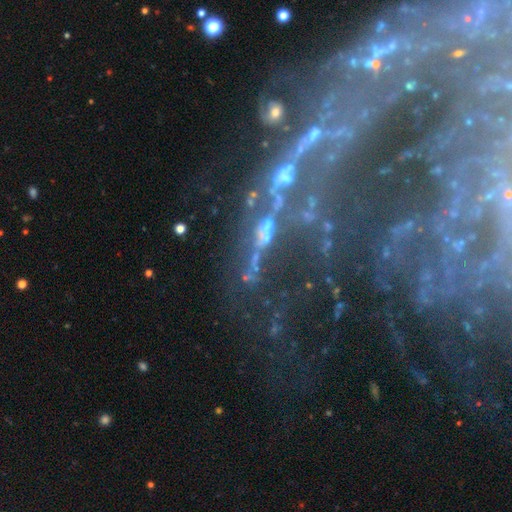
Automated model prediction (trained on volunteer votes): Q: Smooth or featured?
A: featured or disk (43%); runner-up: star or artifact (42%)
Q: Merging?
A: none (35%); runner-up: major disturbance (27%)